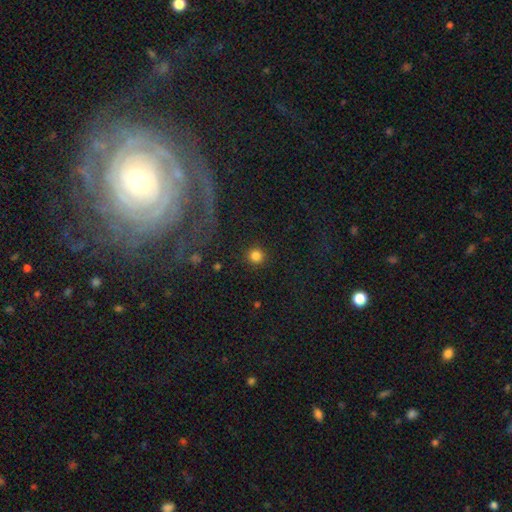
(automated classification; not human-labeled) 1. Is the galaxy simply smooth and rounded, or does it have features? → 83% smooth, 12% star or artifact, 5% featured or disk.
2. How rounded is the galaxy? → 95% round, 4% in between, 1% cigar-shaped.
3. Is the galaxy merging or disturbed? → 91% none, 5% minor disturbance, 2% major disturbance, 1% merger.